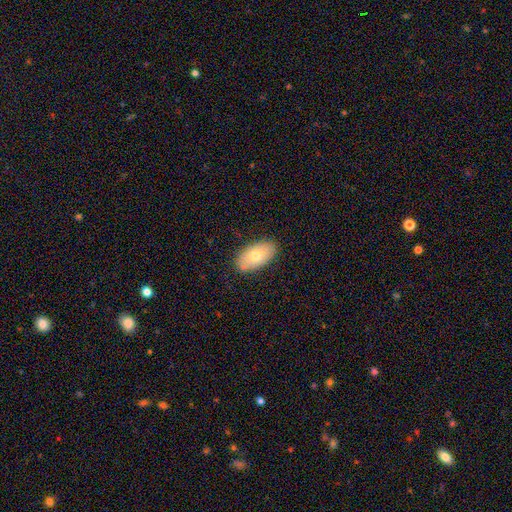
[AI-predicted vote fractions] This is likely a smooth galaxy (71%). How rounded: clearly in between (93%). Merging: clearly none (86%).